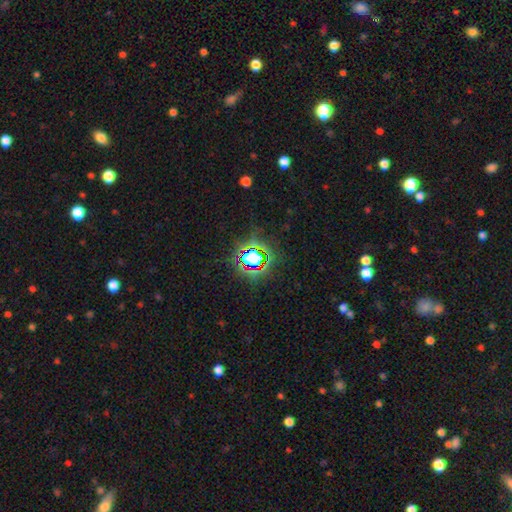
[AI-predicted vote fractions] A star or artifact, not a galaxy (71%).